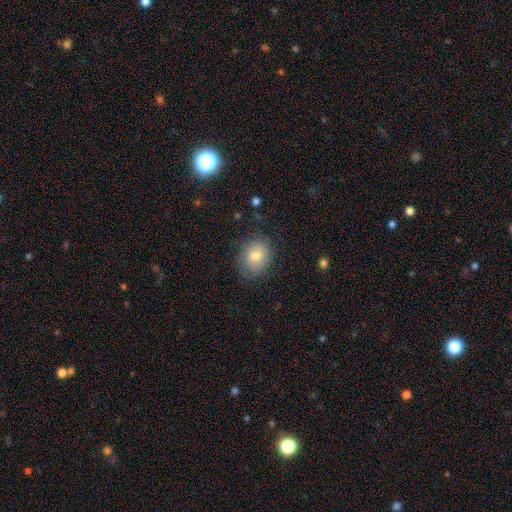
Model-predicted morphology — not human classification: smooth-or-featured: smooth: 74% | featured or disk: 16% | star or artifact: 10%
  how-rounded: in between: 52% | round: 47% | cigar-shaped: 1%
  merging: none: 80% | minor disturbance: 15% | major disturbance: 4% | merger: 1%